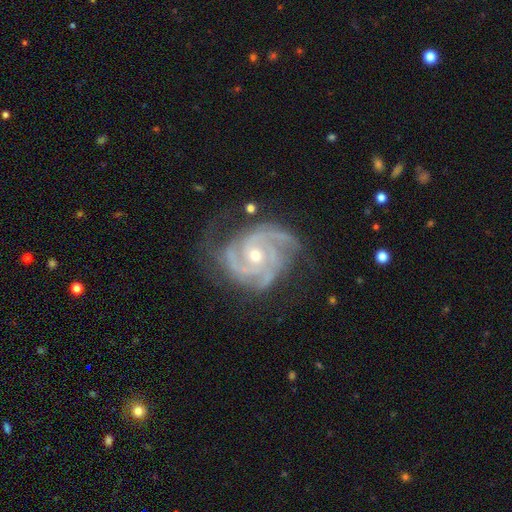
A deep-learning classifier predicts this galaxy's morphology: Q: Smooth or featured?
A: featured or disk (92%); runner-up: star or artifact (4%)
Q: Edge-on disk?
A: no (98%); runner-up: yes (2%)
Q: Bar?
A: no (71%); runner-up: weak (22%)
Q: Spiral arms?
A: yes (98%); runner-up: no (2%)
Q: Spiral winding?
A: tight (65%); runner-up: medium (31%)
Q: Spiral arm count?
A: 3 (45%); runner-up: 2 (23%)
Q: Bulge size?
A: small (49%); runner-up: moderate (48%)
Q: Merging?
A: none (64%); runner-up: minor disturbance (23%)